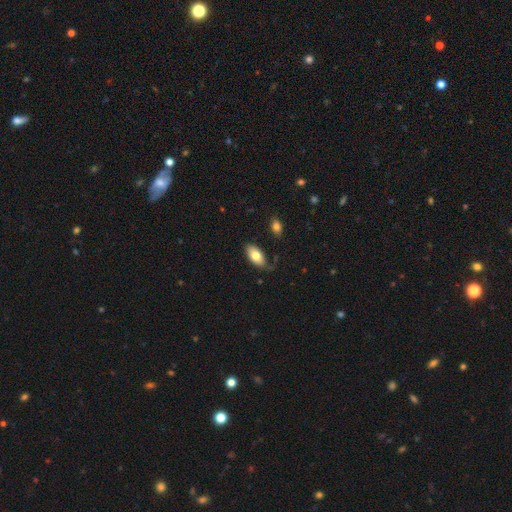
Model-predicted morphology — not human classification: This appears to be a smooth galaxy with no disk features (77%) that is in between round and cigar-shaped (93%). Merging: none (74%).